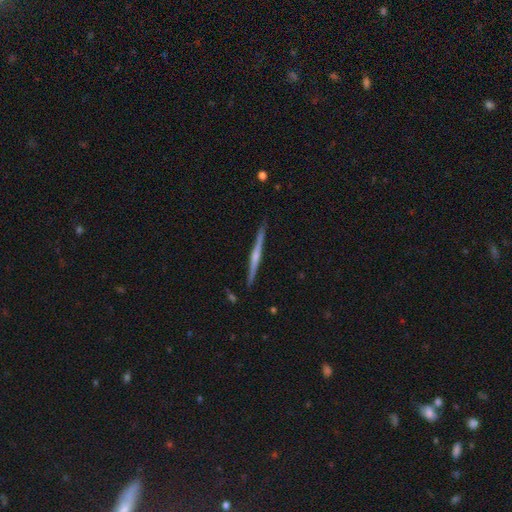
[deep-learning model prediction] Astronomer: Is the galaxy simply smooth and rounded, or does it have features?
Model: featured or disk — 72%.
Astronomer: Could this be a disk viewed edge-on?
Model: yes — 98%.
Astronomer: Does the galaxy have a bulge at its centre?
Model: rounded — 62%.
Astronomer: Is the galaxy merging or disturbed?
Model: none — 90%.